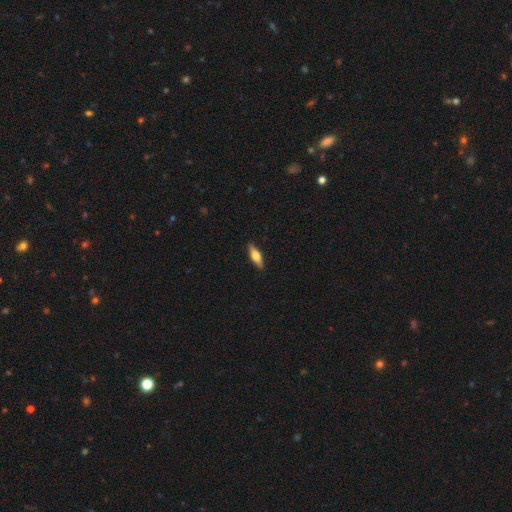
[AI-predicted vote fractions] This appears to be a smooth galaxy with no disk features (51%) that is cigar-shaped (53%). Merging: none (89%).